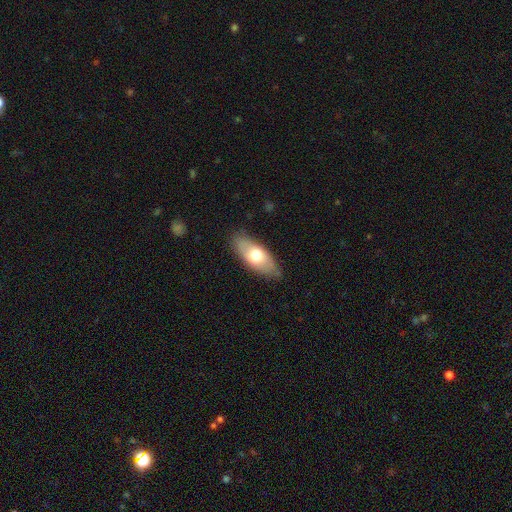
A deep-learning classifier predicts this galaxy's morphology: type=smooth (65%); roundness=in between (84%); merging=none (82%).